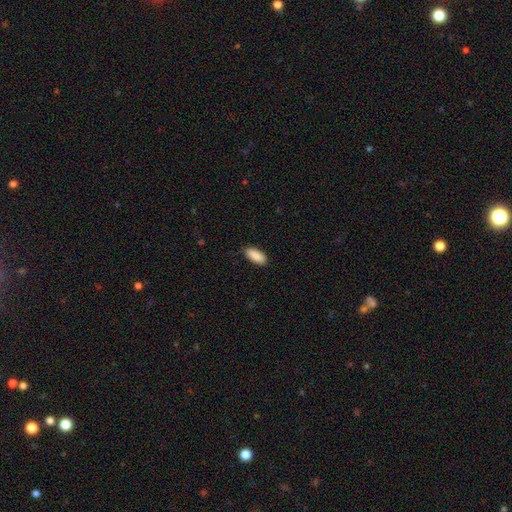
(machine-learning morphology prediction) Q: Smooth or featured?
A: smooth (90%); runner-up: star or artifact (6%)
Q: How rounded?
A: in between (87%); runner-up: cigar-shaped (11%)
Q: Merging?
A: none (88%); runner-up: minor disturbance (9%)